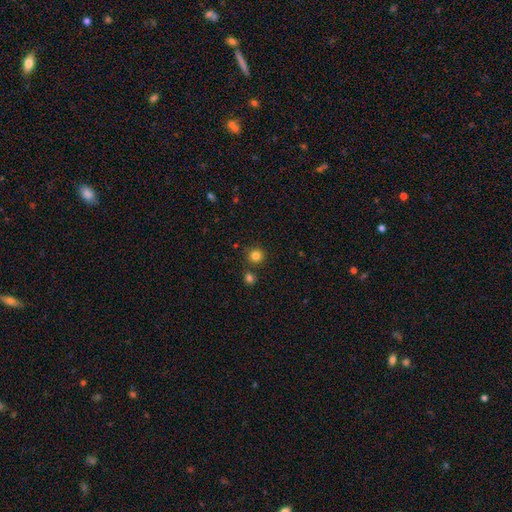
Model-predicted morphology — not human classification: smooth 83%, star or artifact 13%, featured or disk 5%. Down the decision tree: how rounded — round (93%); merging — none (83%).